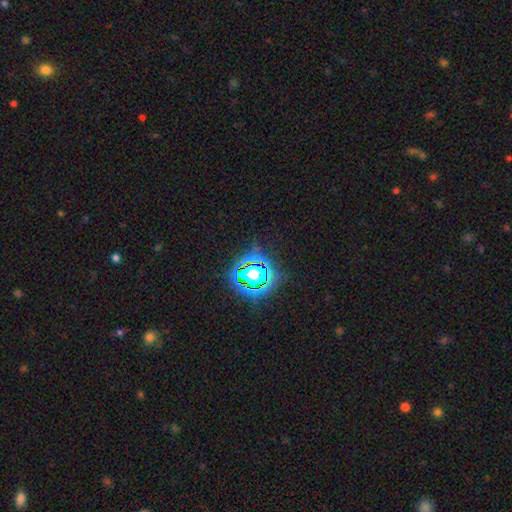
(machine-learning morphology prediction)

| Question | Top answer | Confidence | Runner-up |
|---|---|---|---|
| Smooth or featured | star or artifact | 79% | smooth (13%) |